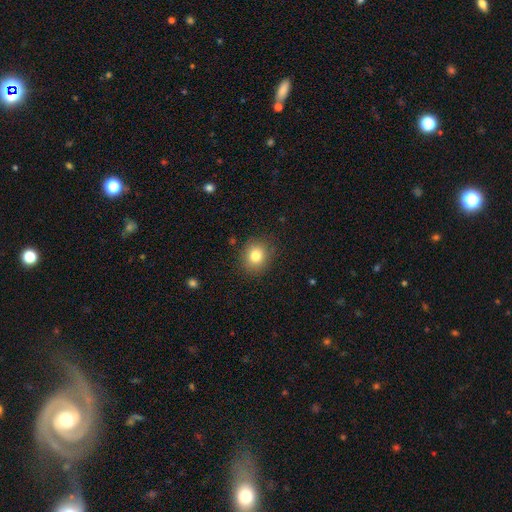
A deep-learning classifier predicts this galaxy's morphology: Smooth or featured? Predicted: smooth (p=0.81). How rounded? Predicted: round (p=0.75). Merging? Predicted: none (p=0.87).